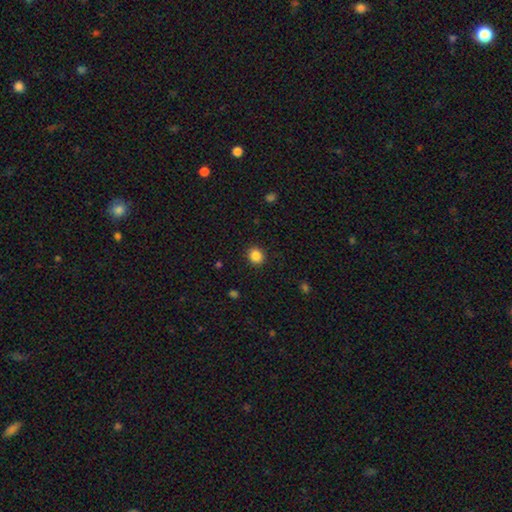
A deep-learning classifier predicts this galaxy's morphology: Overall: smooth (86%). How rounded: round (80%). Merging: none (91%).